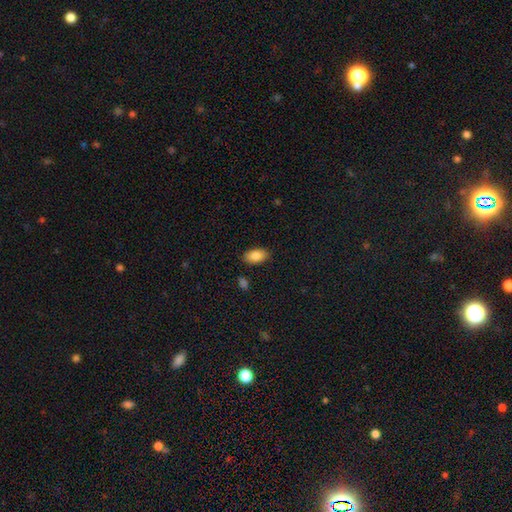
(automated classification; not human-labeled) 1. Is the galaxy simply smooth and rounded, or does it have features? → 87% smooth, 7% star or artifact, 6% featured or disk.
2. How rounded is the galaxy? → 93% in between, 5% round, 2% cigar-shaped.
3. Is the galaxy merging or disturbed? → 86% none, 10% minor disturbance, 2% major disturbance, 2% merger.